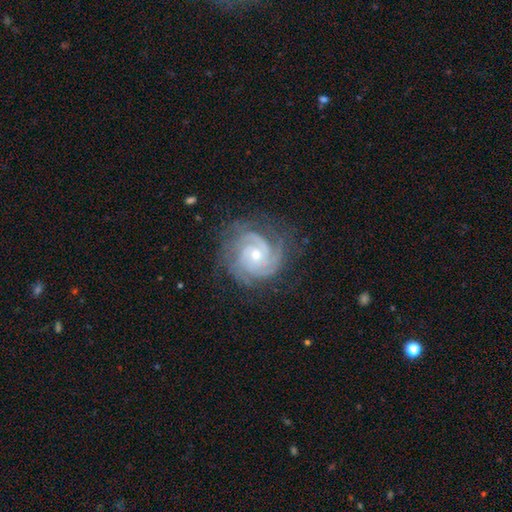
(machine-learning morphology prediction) A featured or disk galaxy (90%) with no bar (68%), 3 (36%) tight (76%) spiral arms (98%) and a small central bulge (53%).

Vote fractions:
- Smooth or featured? featured or disk: 90% / star or artifact: 5% / smooth: 4%
- Edge-on disk? no: 98% / yes: 2%
- Bar? no: 68% / weak: 25% / strong: 7%
- Spiral arms? yes: 98% / no: 2%
- Spiral winding? tight: 76% / medium: 22% / loose: 3%
- Spiral arm count? 3: 36% / 2: 28% / can't tell: 13% / 4: 11% / more than 4: 6% / 1: 6%
- Bulge size? small: 53% / moderate: 44% / large: 2% / none: 1% / dominant: 1%
- Merging? none: 79% / minor disturbance: 15% / major disturbance: 5% / merger: 1%